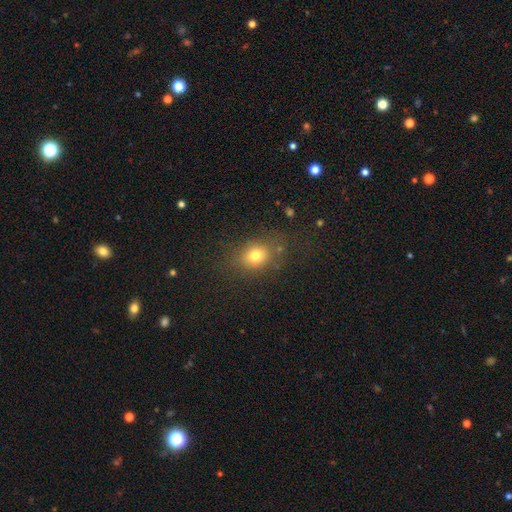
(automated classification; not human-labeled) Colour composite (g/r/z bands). It shows a smooth galaxy with no disk features (75%) that is in between round and cigar-shaped (52%). Merging: none (73%).